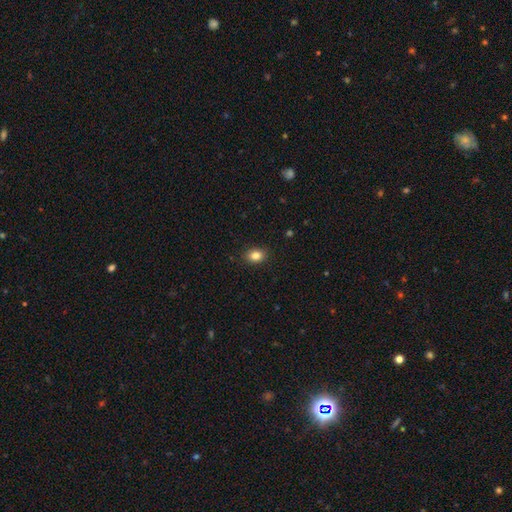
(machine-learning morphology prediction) smooth-or-featured: smooth: 84% | star or artifact: 10% | featured or disk: 6%
  how-rounded: in between: 65% | round: 34% | cigar-shaped: 1%
  merging: none: 89% | minor disturbance: 8% | major disturbance: 2% | merger: 1%